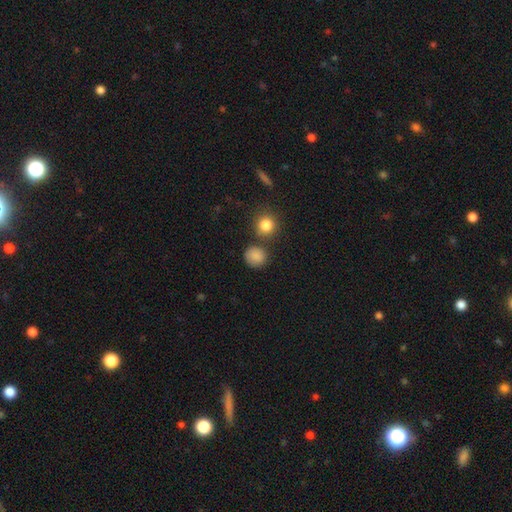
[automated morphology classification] This is clearly a smooth galaxy (85%). How rounded: clearly round (86%). Merging: likely none (75%).